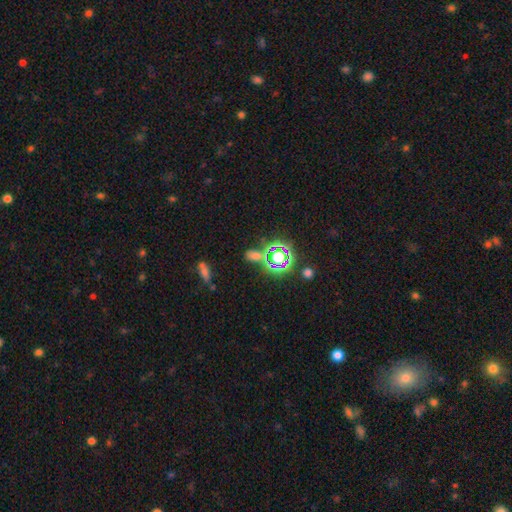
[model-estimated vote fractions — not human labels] A star or artifact, not a galaxy (50%).

Vote fractions:
- Smooth or featured? star or artifact: 50% / smooth: 40% / featured or disk: 10%